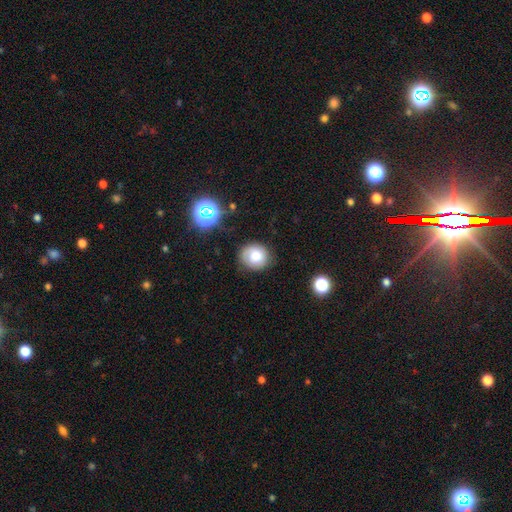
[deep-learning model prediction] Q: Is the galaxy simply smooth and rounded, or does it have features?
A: smooth — 74%.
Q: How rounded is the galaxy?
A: round — 81%.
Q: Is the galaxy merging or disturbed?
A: none — 77%.